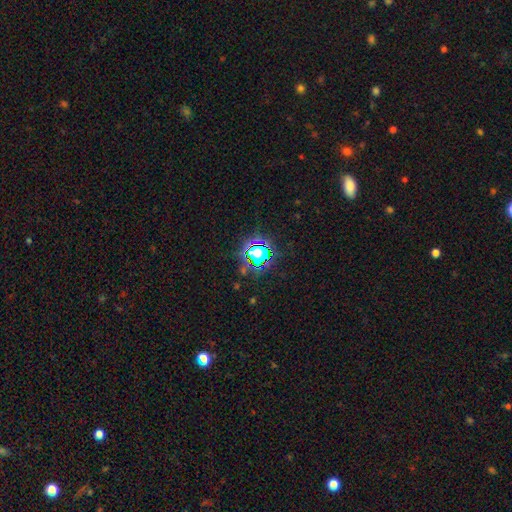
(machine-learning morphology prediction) smooth-or-featured: star or artifact: 59% | smooth: 30% | featured or disk: 11%